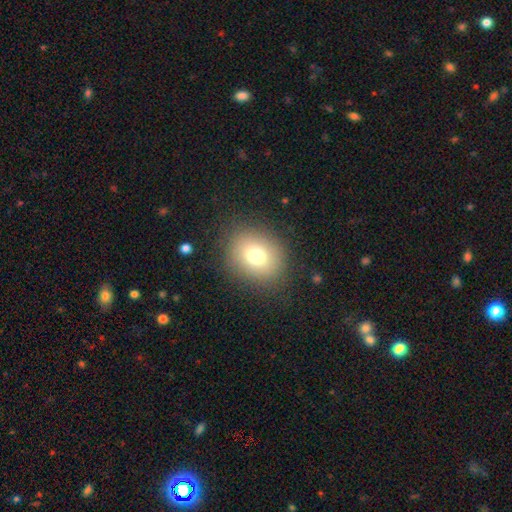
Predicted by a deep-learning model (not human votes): A smooth galaxy with no disk features (75%) that is round (63%).

Vote fractions:
- Smooth or featured? smooth: 75% / star or artifact: 13% / featured or disk: 12%
- How rounded? round: 63% / in between: 36% / cigar-shaped: 1%
- Merging? none: 85% / minor disturbance: 9% / major disturbance: 5% / merger: 1%